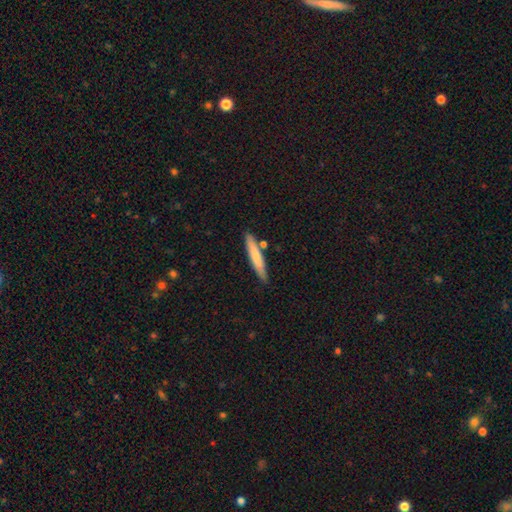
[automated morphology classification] type=smooth (71%); roundness=cigar-shaped (92%); merging=none (81%).